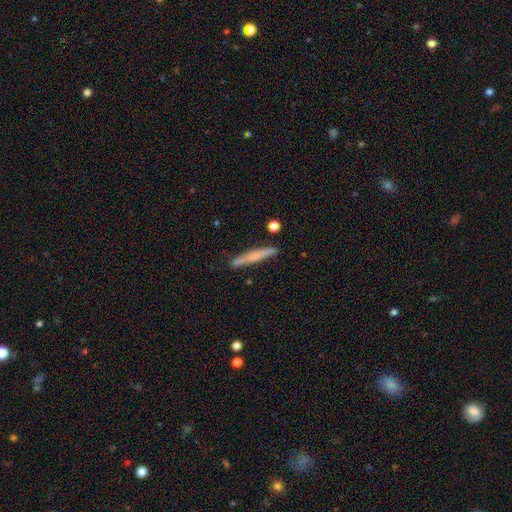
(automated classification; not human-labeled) A smooth galaxy with no disk features (55%) that is cigar-shaped (95%). Merging: none (86%).